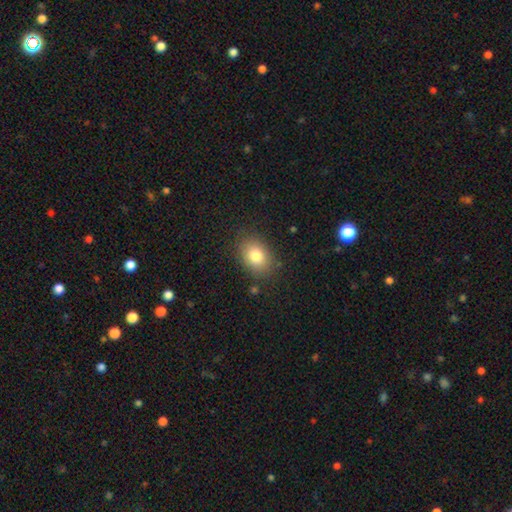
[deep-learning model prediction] Smooth or featured? smooth (82%)
How rounded? in between (70%)
Merging? none (83%)